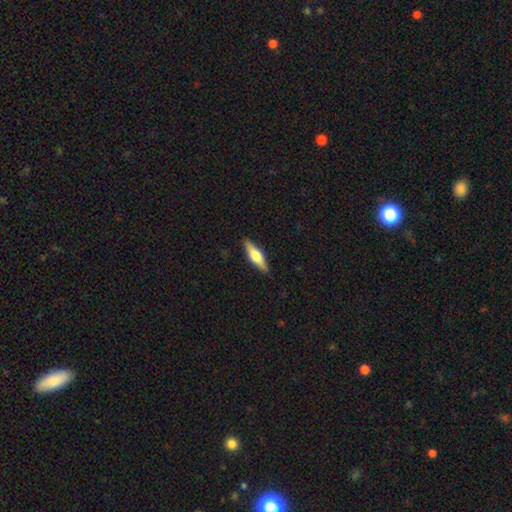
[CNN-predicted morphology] Q: Smooth or featured?
A: featured or disk (48%); runner-up: smooth (46%)
Q: Merging?
A: none (89%); runner-up: minor disturbance (8%)